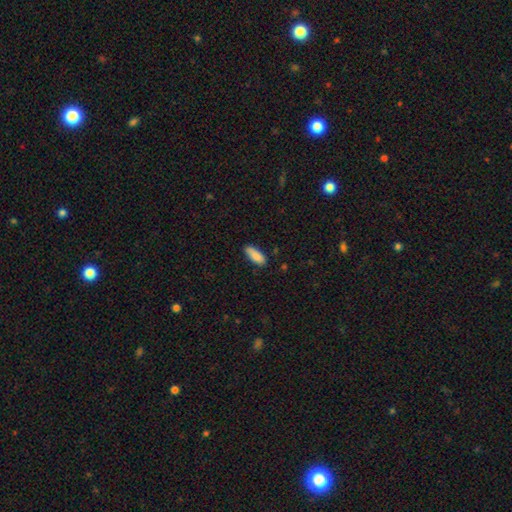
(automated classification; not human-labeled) Smooth or featured? Predicted: smooth (p=0.88). How rounded? Predicted: in between (p=0.72). Merging? Predicted: none (p=0.80).